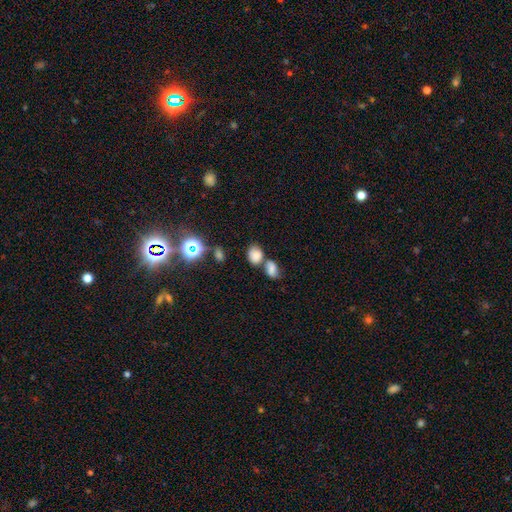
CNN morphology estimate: Smooth or featured?
  - smooth: 76% *
  - star or artifact: 15%
  - featured or disk: 9%
How rounded?
  - in between: 64% *
  - round: 35%
  - cigar-shaped: 2%
Merging?
  - none: 44% *
  - merger: 41%
  - minor disturbance: 11%
  - major disturbance: 4%